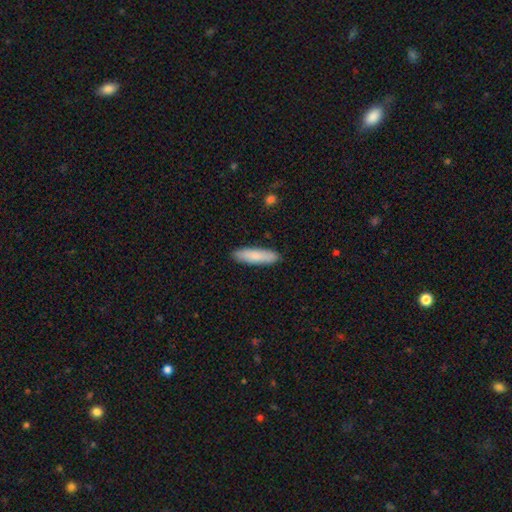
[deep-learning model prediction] smooth-or-featured: smooth: 83% | featured or disk: 12% | star or artifact: 5%
  how-rounded: cigar-shaped: 67% | in between: 32% | round: 1%
  merging: none: 89% | minor disturbance: 8% | major disturbance: 2% | merger: 1%